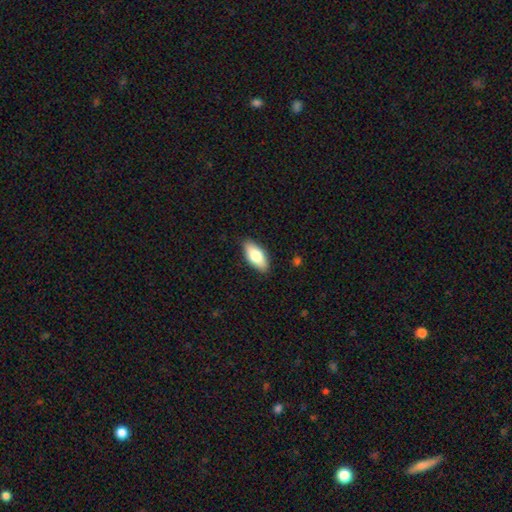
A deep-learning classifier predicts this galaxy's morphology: Smooth or featured?
  - smooth: 77% *
  - featured or disk: 17%
  - star or artifact: 6%
How rounded?
  - in between: 88% *
  - cigar-shaped: 10%
  - round: 3%
Merging?
  - none: 86% *
  - minor disturbance: 11%
  - major disturbance: 2%
  - merger: 1%